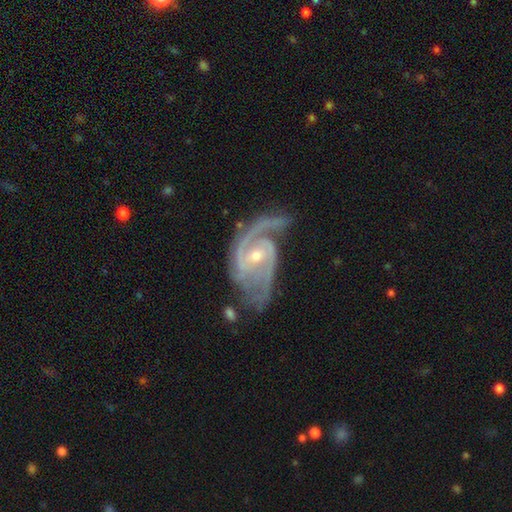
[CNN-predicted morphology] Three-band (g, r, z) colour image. It shows a featured or disk galaxy (93%) with a weak bar (43%), 2 (67%) medium (51%) spiral arms (98%) and a small central bulge (56%). Merging: none (59%).